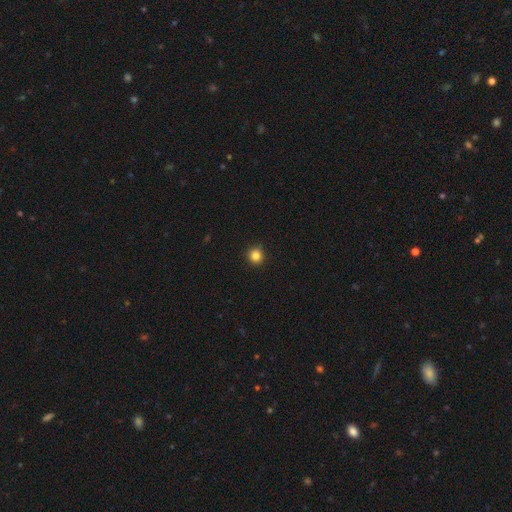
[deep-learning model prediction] smooth 84%, star or artifact 12%, featured or disk 4%. Down the decision tree: how rounded — round (94%); merging — none (92%).